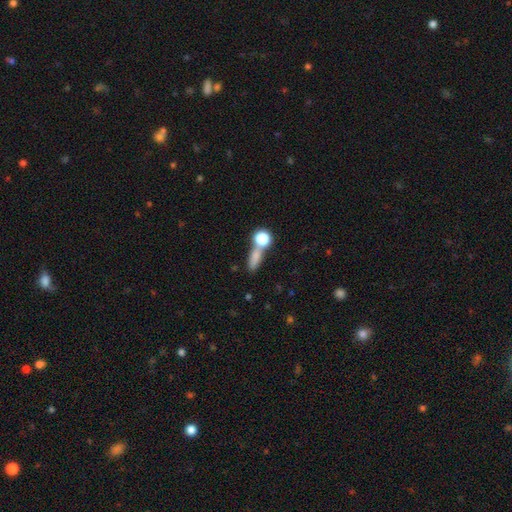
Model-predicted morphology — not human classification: This is likely a smooth galaxy (73%). How rounded: marginally in between (38%). Merging: marginally none (44%).